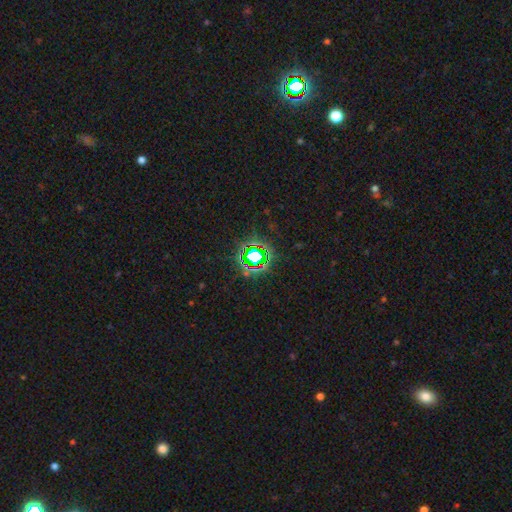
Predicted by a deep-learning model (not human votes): Smooth or featured?
  - star or artifact: 76% *
  - smooth: 14%
  - featured or disk: 10%